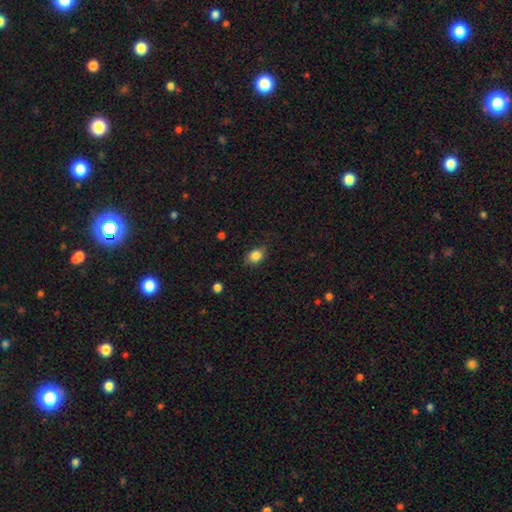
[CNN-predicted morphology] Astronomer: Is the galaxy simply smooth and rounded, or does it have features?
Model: smooth — 85%.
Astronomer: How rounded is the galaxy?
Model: in between — 73%.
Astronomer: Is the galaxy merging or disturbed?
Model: none — 78%.